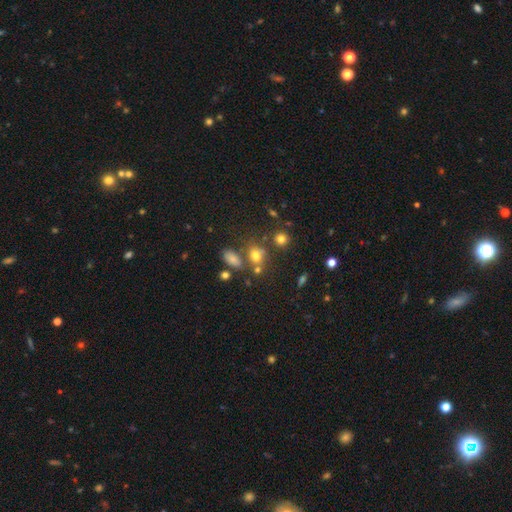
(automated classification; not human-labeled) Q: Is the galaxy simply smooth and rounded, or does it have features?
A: smooth — 70%.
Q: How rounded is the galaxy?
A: in between — 51%.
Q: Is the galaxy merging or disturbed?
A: none — 59%.